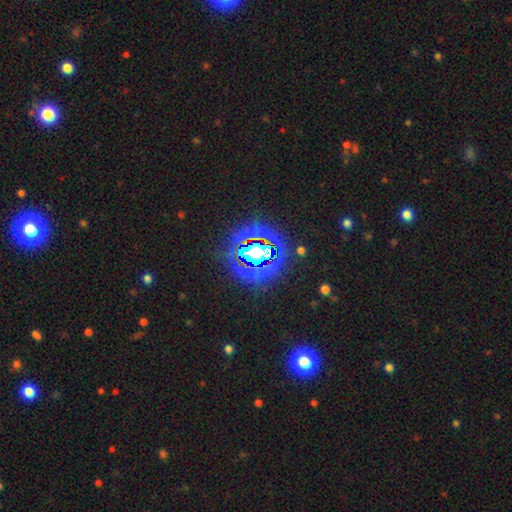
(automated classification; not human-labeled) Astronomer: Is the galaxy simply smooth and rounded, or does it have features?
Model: star or artifact — 80%.